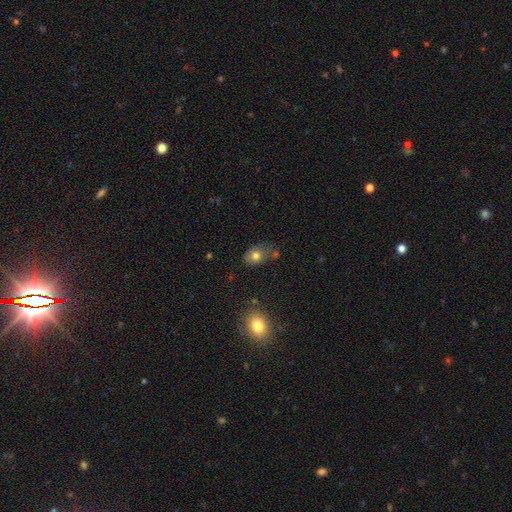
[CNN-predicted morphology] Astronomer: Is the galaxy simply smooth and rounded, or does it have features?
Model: smooth — 76%.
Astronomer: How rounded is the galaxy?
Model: in between — 65%.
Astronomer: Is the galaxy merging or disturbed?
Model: none — 56%.